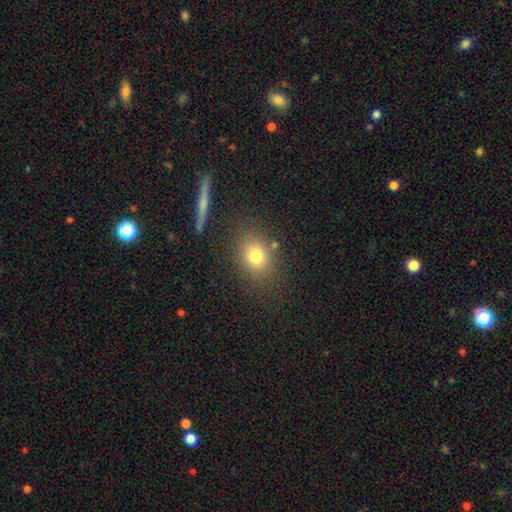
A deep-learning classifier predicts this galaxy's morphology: smooth_or_featured: smooth (p=0.76) [alt: star or artifact p=0.13]
how_rounded: round (p=0.56) [alt: in between p=0.43]
merging: none (p=0.79) [alt: minor disturbance p=0.11]